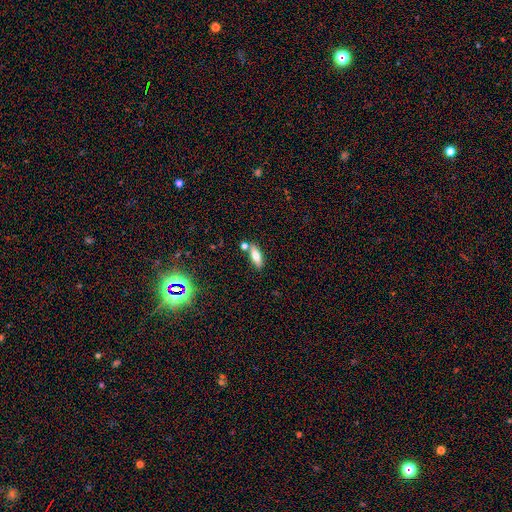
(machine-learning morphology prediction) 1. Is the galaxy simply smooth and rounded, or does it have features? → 68% smooth, 23% featured or disk, 9% star or artifact.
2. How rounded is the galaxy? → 63% in between, 34% cigar-shaped, 3% round.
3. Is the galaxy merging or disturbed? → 73% none, 12% merger, 11% minor disturbance, 3% major disturbance.